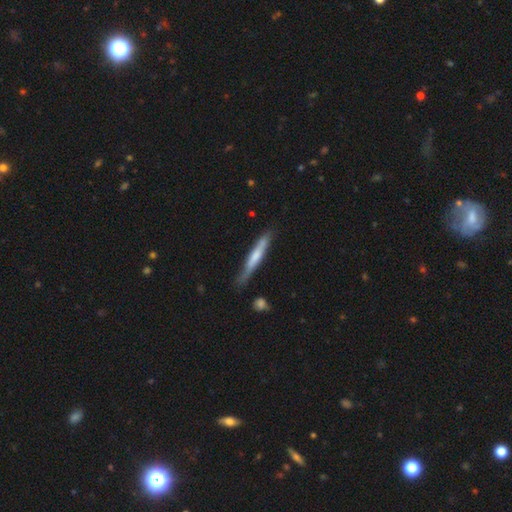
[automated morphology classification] A smooth galaxy with no disk features (53%) that is cigar-shaped (94%).

Vote fractions:
- Smooth or featured? smooth: 53% / featured or disk: 41% / star or artifact: 5%
- How rounded? cigar-shaped: 94% / in between: 4% / round: 1%
- Merging? none: 73% / minor disturbance: 20% / major disturbance: 4% / merger: 3%